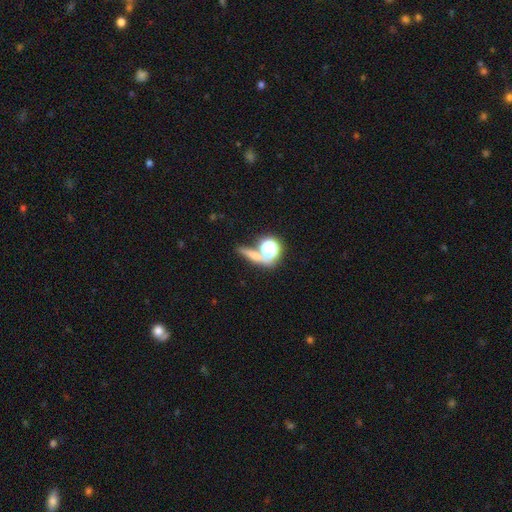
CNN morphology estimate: smooth 55%, star or artifact 28%, featured or disk 18%. Down the decision tree: how rounded — round (40%); merging — none (63%).